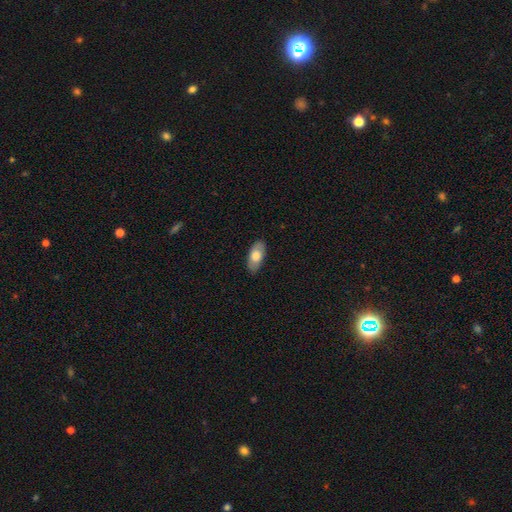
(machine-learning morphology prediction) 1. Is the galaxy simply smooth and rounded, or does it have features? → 71% smooth, 24% featured or disk, 6% star or artifact.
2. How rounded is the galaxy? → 91% in between, 6% cigar-shaped, 3% round.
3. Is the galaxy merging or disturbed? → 86% none, 11% minor disturbance, 2% major disturbance, 1% merger.